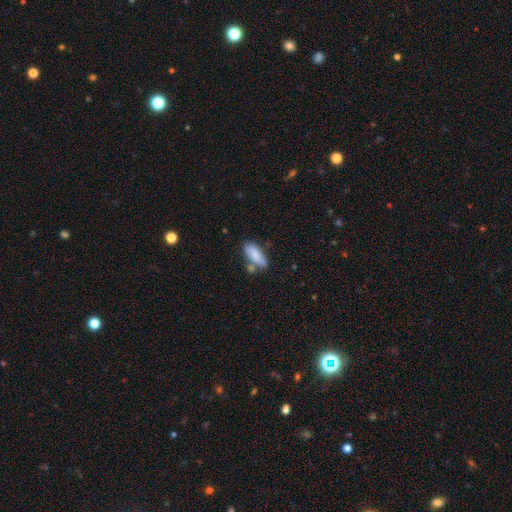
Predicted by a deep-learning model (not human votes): smooth 80%, featured or disk 14%, star or artifact 6%. Down the decision tree: how rounded — in between (74%); merging — none (66%).